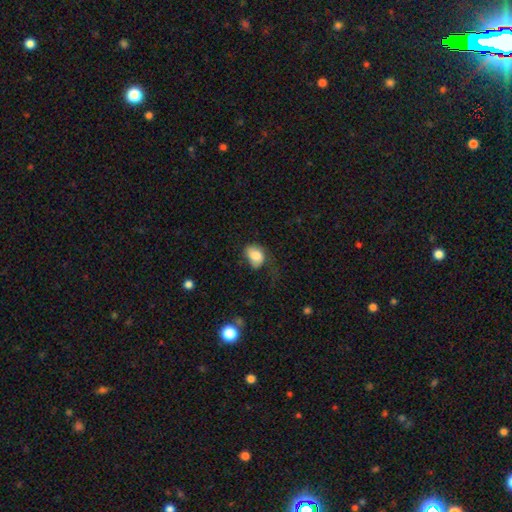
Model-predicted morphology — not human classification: smooth-or-featured: smooth: 80% | featured or disk: 12% | star or artifact: 8%
  how-rounded: in between: 69% | round: 29% | cigar-shaped: 1%
  merging: none: 40% | minor disturbance: 34% | major disturbance: 23% | merger: 3%